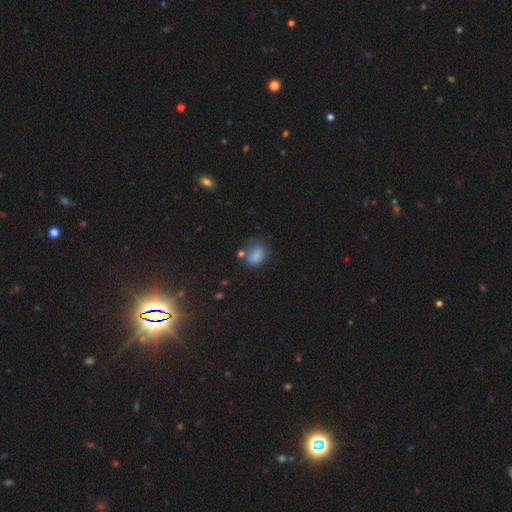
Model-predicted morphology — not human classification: A smooth galaxy with no disk features (77%) that is in between round and cigar-shaped (70%).

Vote fractions:
- Smooth or featured? smooth: 77% / star or artifact: 12% / featured or disk: 11%
- How rounded? in between: 70% / round: 28% / cigar-shaped: 2%
- Merging? none: 40% / minor disturbance: 27% / major disturbance: 19% / merger: 14%